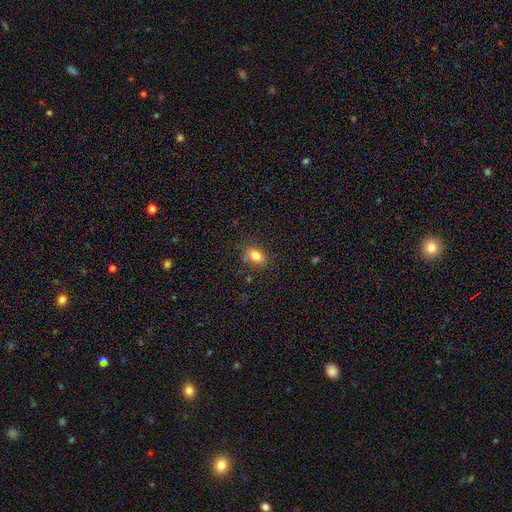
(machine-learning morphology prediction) This is clearly a smooth galaxy (82%). How rounded: clearly in between (81%). Merging: likely none (76%).